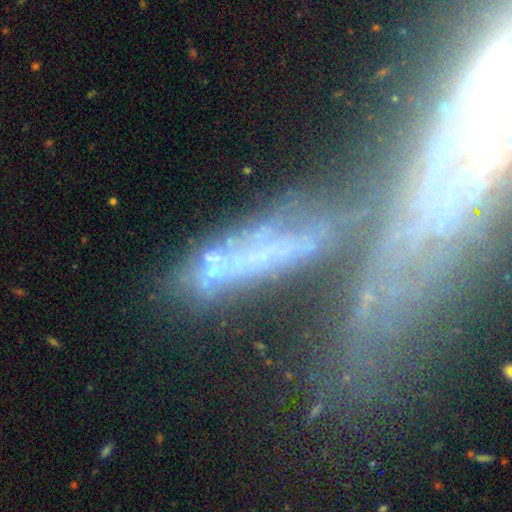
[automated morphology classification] The model was most divided on "merging": merger: 32%, none: 30%, major disturbance: 21%, minor disturbance: 17%. More confident: edge-on disk — no (54%); smooth or featured — featured or disk (52%).